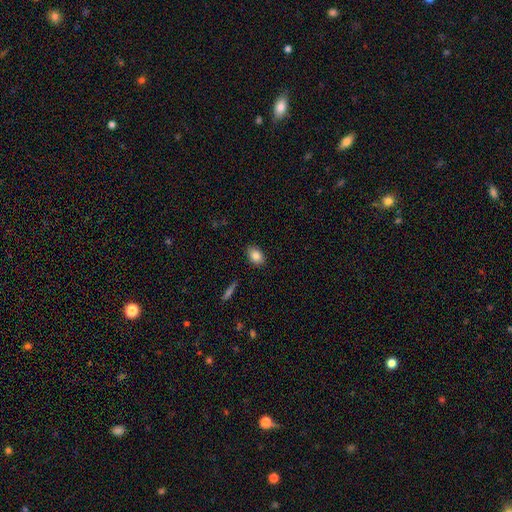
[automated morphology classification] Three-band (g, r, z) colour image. It shows a smooth galaxy with no disk features (84%) that is in between round and cigar-shaped (85%). Merging: none (87%).